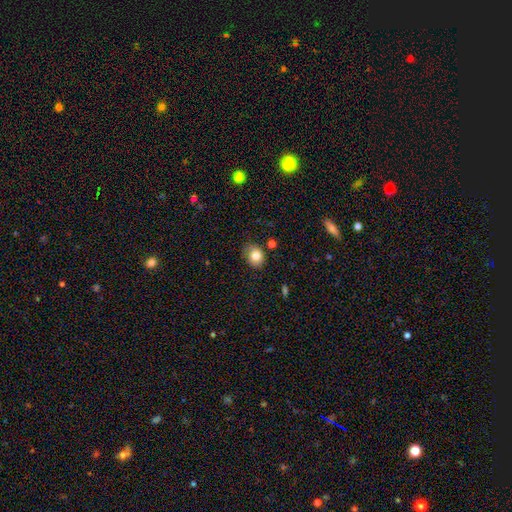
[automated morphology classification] smooth 82%, star or artifact 10%, featured or disk 9%. Down the decision tree: how rounded — round (57%); merging — none (73%).